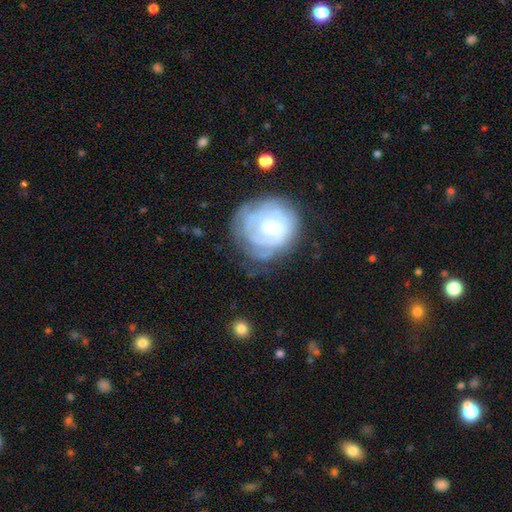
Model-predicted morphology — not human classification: Smooth or featured? featured or disk (60%)
Edge-on disk? no (97%)
Bar? no (74%)
Spiral arms? yes (78%)
Bulge size? moderate (50%)
Merging? none (67%)